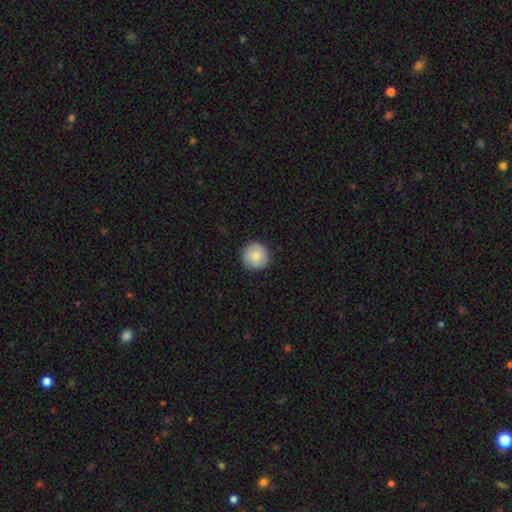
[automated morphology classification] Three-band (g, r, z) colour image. It shows a smooth galaxy with no disk features (81%) that is round (95%). Merging: none (89%).